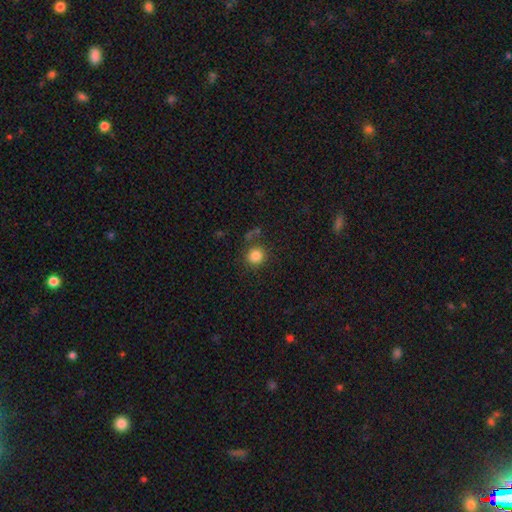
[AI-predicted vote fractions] Smooth or featured: smooth — 84% (star or artifact — 11%)
How rounded: round — 91% (in between — 8%)
Merging: none — 79% (minor disturbance — 10%)